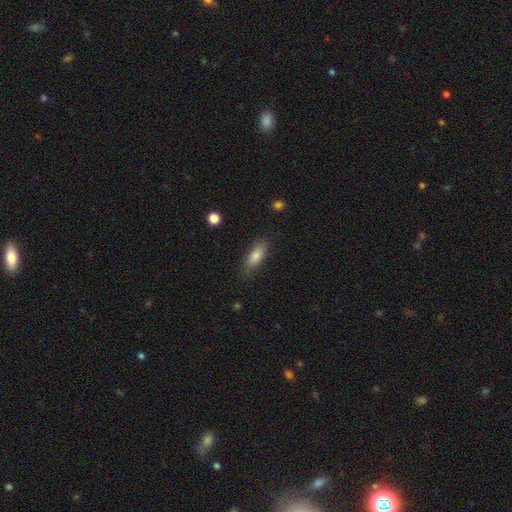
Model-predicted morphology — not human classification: type=smooth (80%); roundness=in between (65%); merging=none (81%).